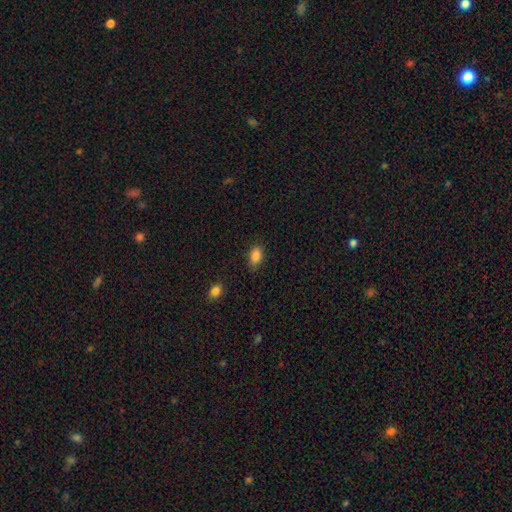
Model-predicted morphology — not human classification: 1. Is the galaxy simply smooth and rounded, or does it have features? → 86% smooth, 9% star or artifact, 5% featured or disk.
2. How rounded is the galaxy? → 87% in between, 11% round, 2% cigar-shaped.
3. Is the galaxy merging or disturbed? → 80% none, 16% minor disturbance, 3% major disturbance, 1% merger.